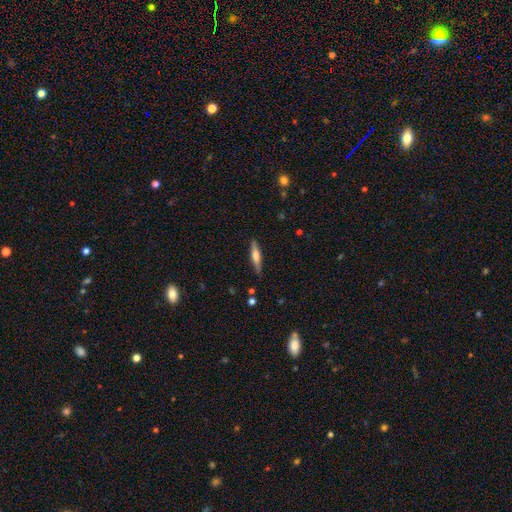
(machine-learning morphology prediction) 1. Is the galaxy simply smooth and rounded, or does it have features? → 48% featured or disk, 46% smooth, 6% star or artifact.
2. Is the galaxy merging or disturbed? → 88% none, 9% minor disturbance, 2% major disturbance, 1% merger.